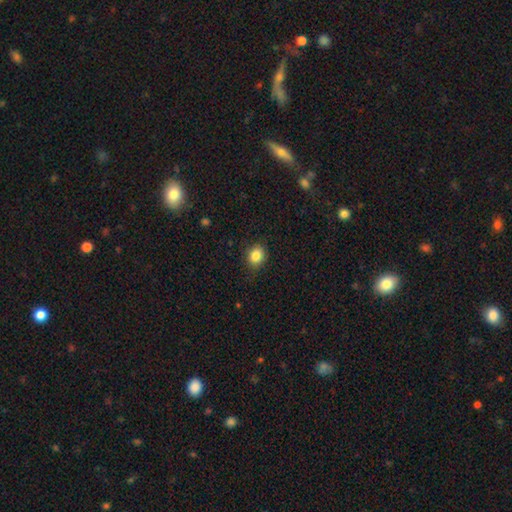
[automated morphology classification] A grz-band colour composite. It shows a smooth galaxy with no disk features (85%) that is round (62%). Merging: none (83%).